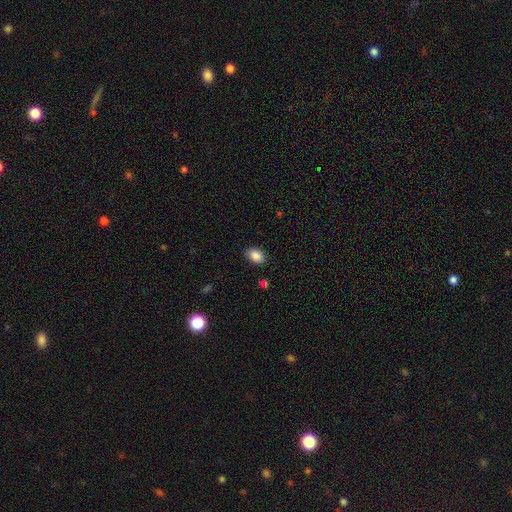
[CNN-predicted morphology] This appears to be a smooth galaxy with no disk features (88%) that is in between round and cigar-shaped (86%). Merging: none (86%).